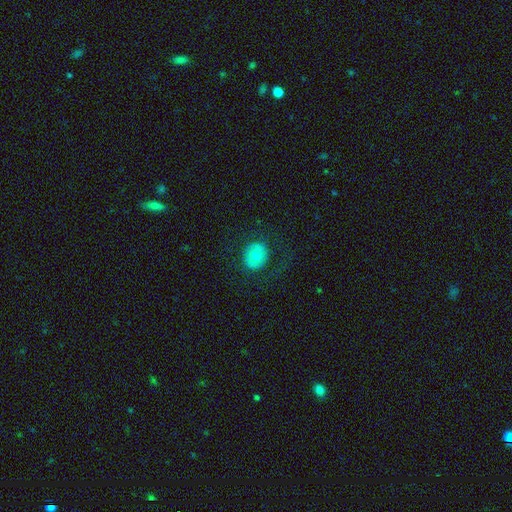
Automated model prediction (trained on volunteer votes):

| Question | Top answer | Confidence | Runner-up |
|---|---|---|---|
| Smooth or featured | smooth | 66% | featured or disk (26%) |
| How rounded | round | 85% | in between (14%) |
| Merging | none | 79% | minor disturbance (11%) |